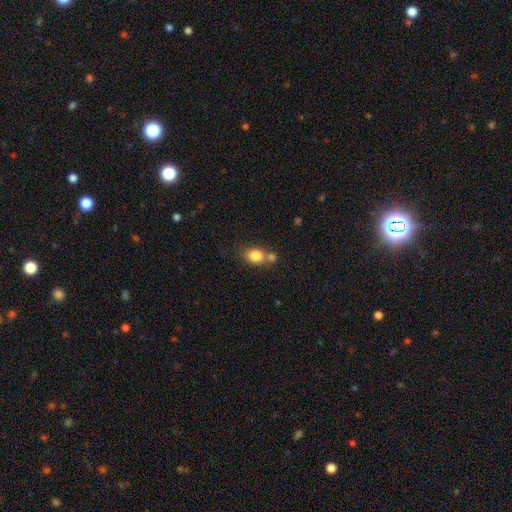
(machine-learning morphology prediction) Smooth or featured? smooth (82%)
How rounded? in between (49%, tied with round)
Merging? none (47%)